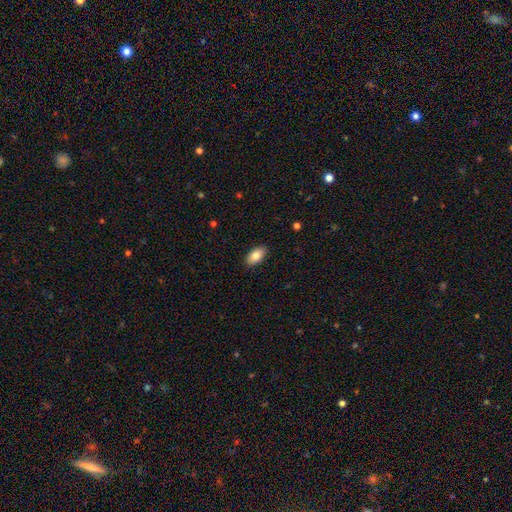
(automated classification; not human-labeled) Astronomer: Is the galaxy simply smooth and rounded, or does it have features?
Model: smooth — 81%.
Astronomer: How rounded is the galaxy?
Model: in between — 92%.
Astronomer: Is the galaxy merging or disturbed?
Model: none — 88%.